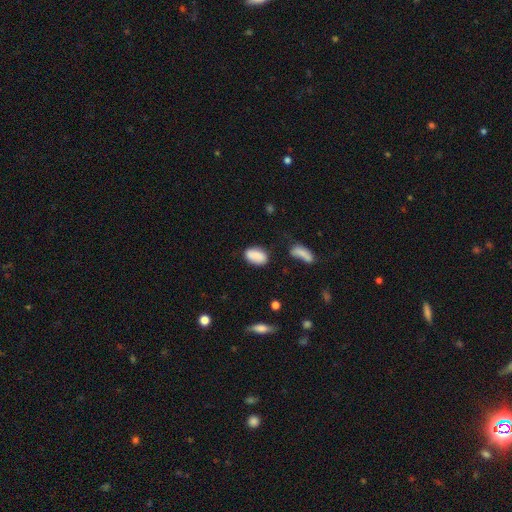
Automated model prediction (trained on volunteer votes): A smooth galaxy with no disk features (85%) that is in between round and cigar-shaped (90%). Merging: none (71%).